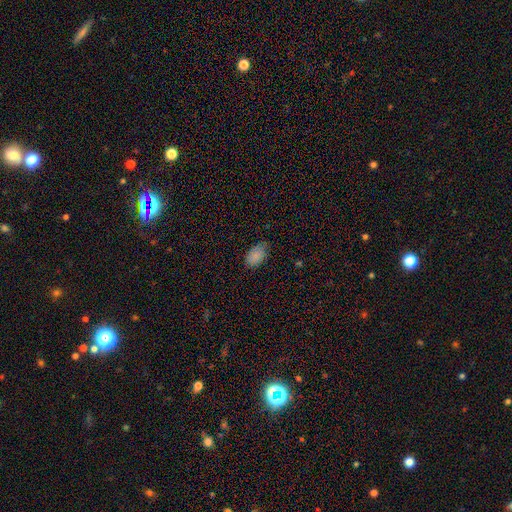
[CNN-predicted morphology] Overall: smooth (84%). How rounded: in between (92%). Merging: none (65%; minor disturbance 29%).